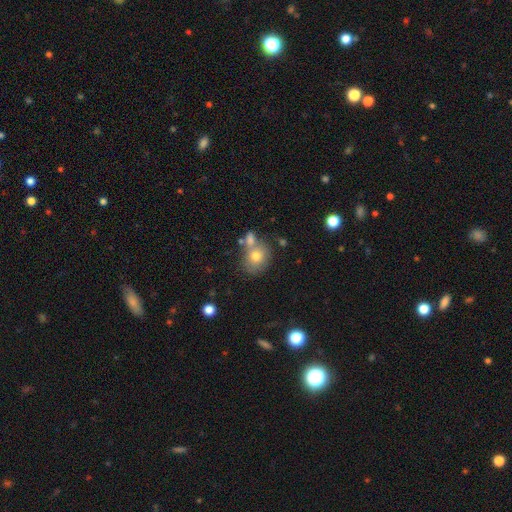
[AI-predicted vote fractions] smooth 74%, featured or disk 15%, star or artifact 11%. Down the decision tree: how rounded — round (59%); merging — none (49%).